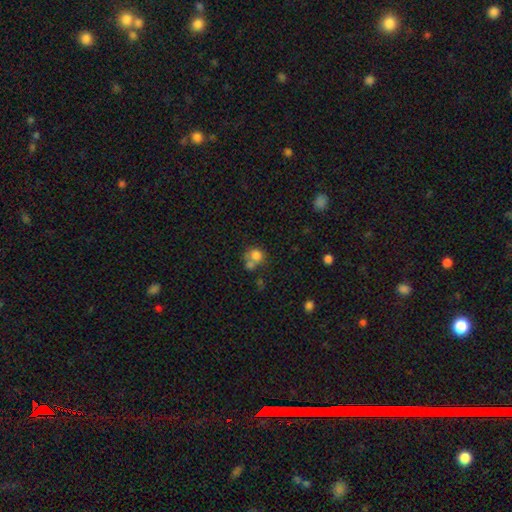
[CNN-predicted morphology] Overall: smooth (77%). How rounded: round (75%). Merging: merger (46%; none 37%).